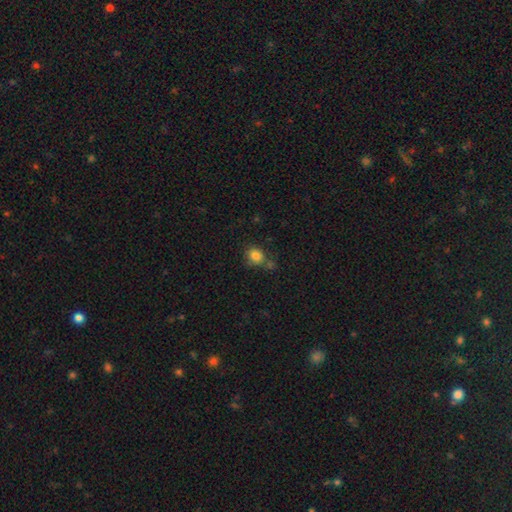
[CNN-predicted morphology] smooth-or-featured: smooth: 83% | star or artifact: 11% | featured or disk: 6%
  how-rounded: round: 75% | in between: 24% | cigar-shaped: 1%
  merging: none: 65% | minor disturbance: 16% | merger: 15% | major disturbance: 5%